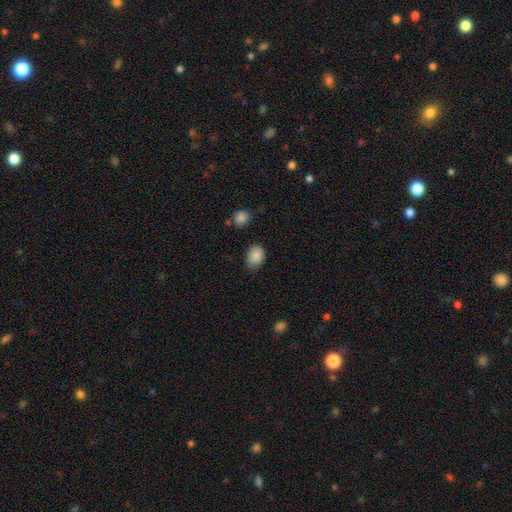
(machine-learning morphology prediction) Smooth or featured? Predicted: smooth (p=0.87). How rounded? Predicted: in between (p=0.64). Merging? Predicted: none (p=0.69).